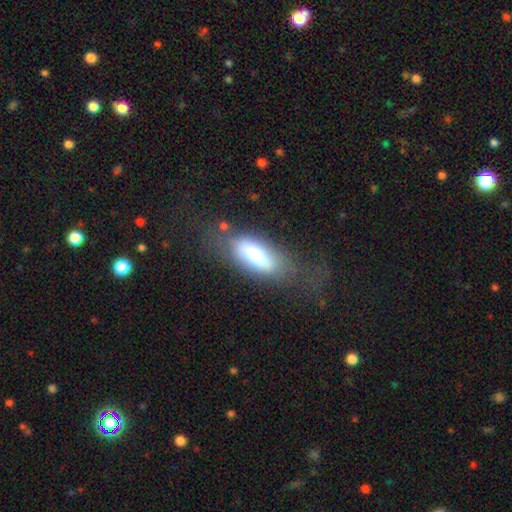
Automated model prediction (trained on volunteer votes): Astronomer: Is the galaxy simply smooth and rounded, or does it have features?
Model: smooth — 61%.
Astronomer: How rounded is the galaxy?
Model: in between — 81%.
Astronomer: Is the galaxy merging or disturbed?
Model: none — 53%.